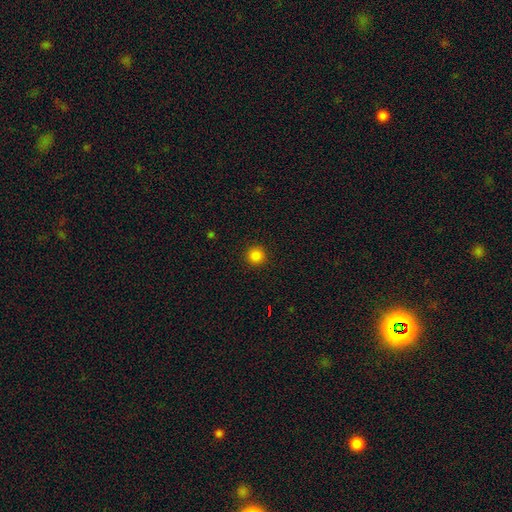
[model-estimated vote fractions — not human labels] Smooth or featured? smooth (85%)
How rounded? round (95%)
Merging? none (93%)